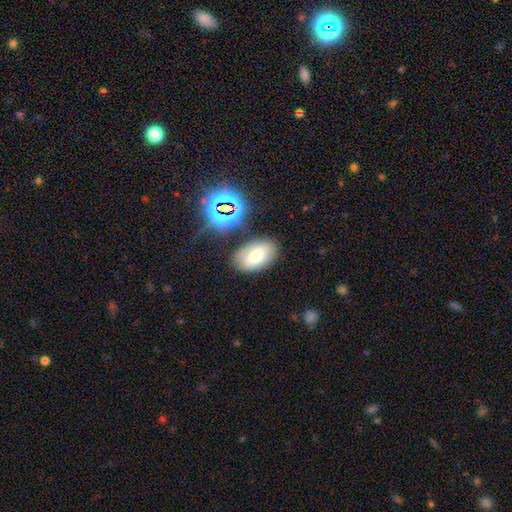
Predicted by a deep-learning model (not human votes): Morphology: type=smooth (62%); roundness=in between (91%); merging=none (77%).